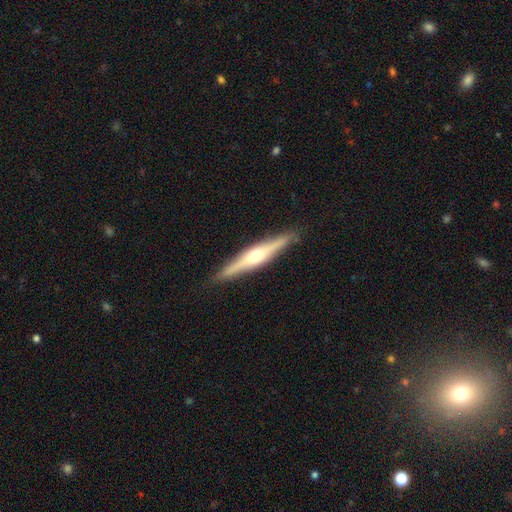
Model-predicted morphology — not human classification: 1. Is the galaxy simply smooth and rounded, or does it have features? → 73% featured or disk, 22% smooth, 5% star or artifact.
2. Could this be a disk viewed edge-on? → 97% yes, 3% no.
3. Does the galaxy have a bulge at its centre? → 85% rounded, 9% boxy, 6% none.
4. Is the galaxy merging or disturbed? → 90% none, 8% minor disturbance, 2% major disturbance, 1% merger.